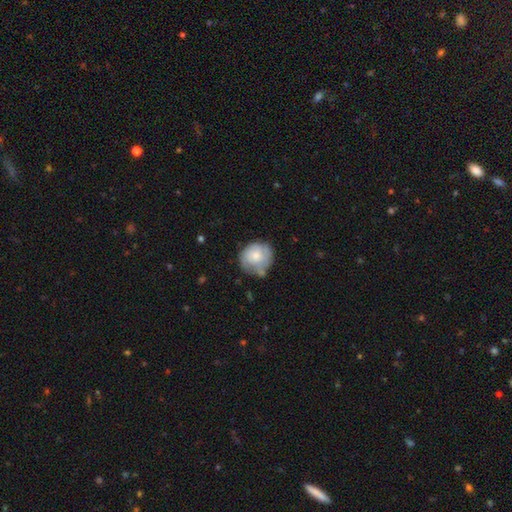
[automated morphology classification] This is possibly a smooth galaxy (59%). How rounded: clearly round (82%). Merging: possibly none (55%).